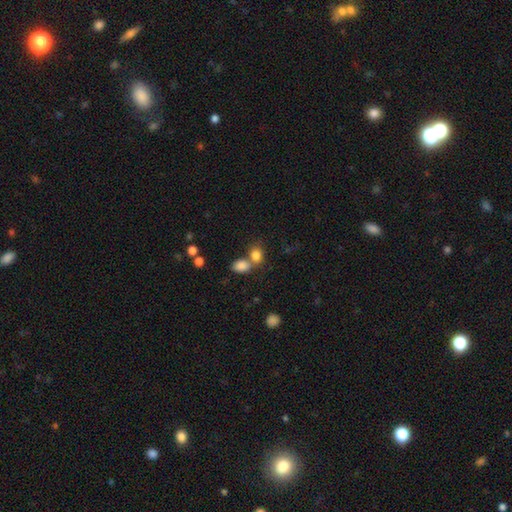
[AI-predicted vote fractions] smooth-or-featured: smooth: 83% | star or artifact: 10% | featured or disk: 7%
  how-rounded: in between: 60% | round: 39% | cigar-shaped: 1%
  merging: merger: 45% | none: 42% | minor disturbance: 9% | major disturbance: 4%